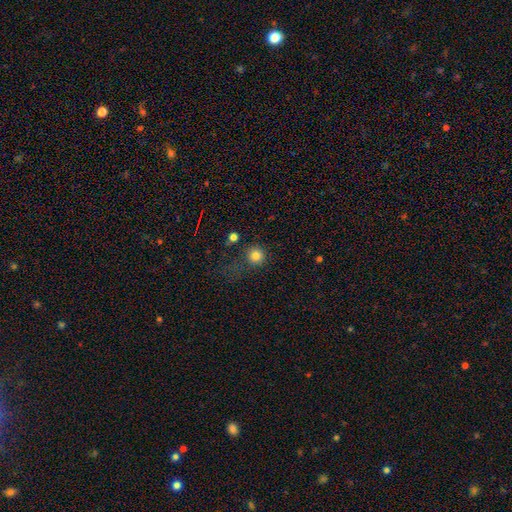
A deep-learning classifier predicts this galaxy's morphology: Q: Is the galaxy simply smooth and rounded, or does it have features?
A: smooth — 81%.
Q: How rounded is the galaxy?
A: round — 92%.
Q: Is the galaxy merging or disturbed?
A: none — 72%.